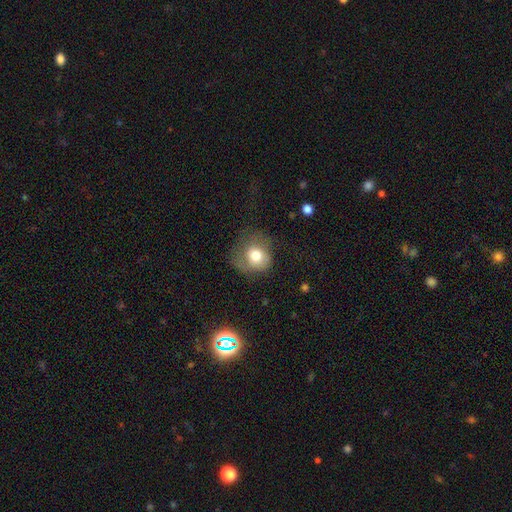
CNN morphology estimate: type=smooth (73%); roundness=round (74%); merging=none (42%).